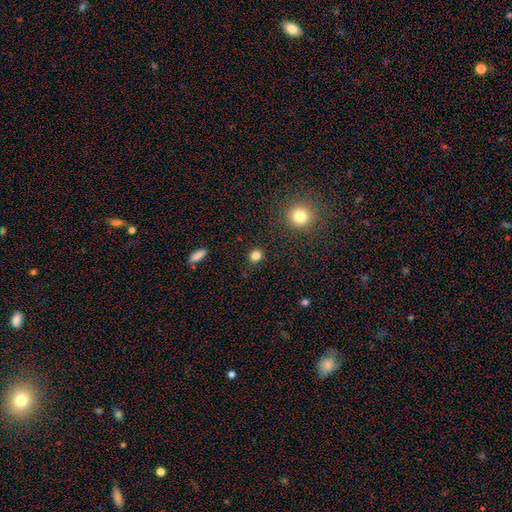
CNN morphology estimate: type=smooth (83%); roundness=round (84%); merging=none (89%).